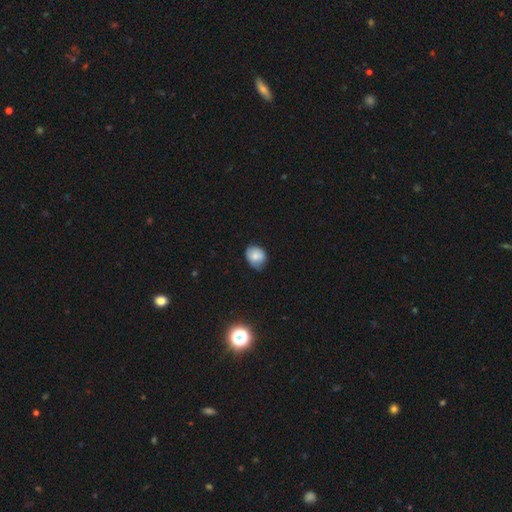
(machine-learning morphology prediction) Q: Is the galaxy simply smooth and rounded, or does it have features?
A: smooth — 77%.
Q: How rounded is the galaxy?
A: round — 59%.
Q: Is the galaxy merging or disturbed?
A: none — 59%.